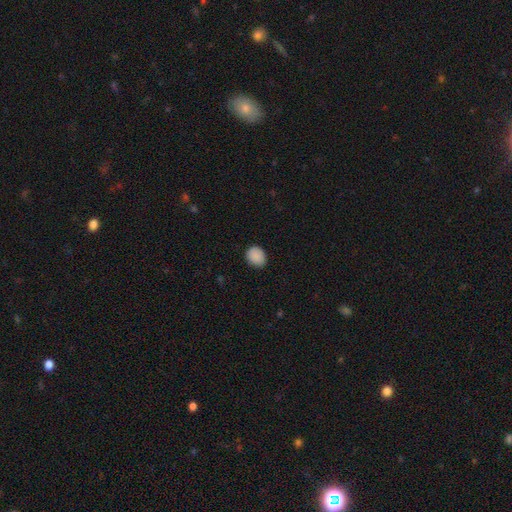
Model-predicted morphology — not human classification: Smooth or featured? Predicted: smooth (p=0.90). How rounded? Predicted: round (p=0.54). Merging? Predicted: none (p=0.85).